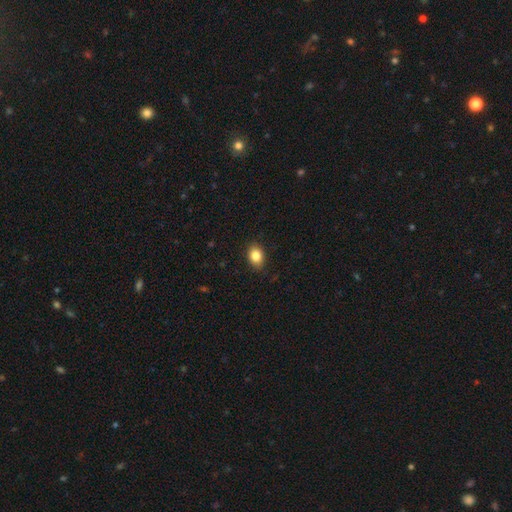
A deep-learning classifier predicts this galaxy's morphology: Q: Smooth or featured?
A: smooth (85%); runner-up: star or artifact (9%)
Q: How rounded?
A: in between (70%); runner-up: round (29%)
Q: Merging?
A: none (88%); runner-up: minor disturbance (9%)